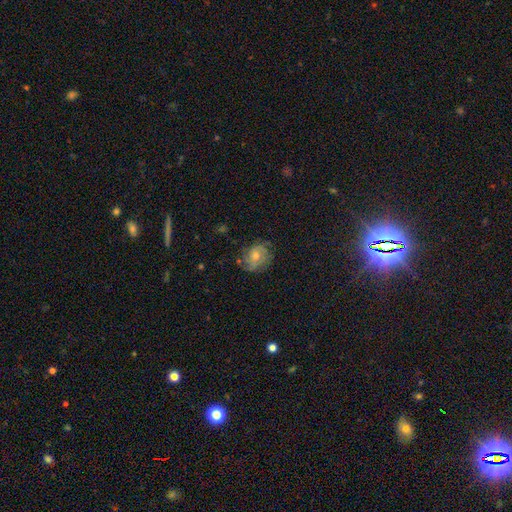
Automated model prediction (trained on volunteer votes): featured or disk 52%, smooth 31%, star or artifact 17%. Down the decision tree: edge-on disk — no (96%); merging — none (72%).